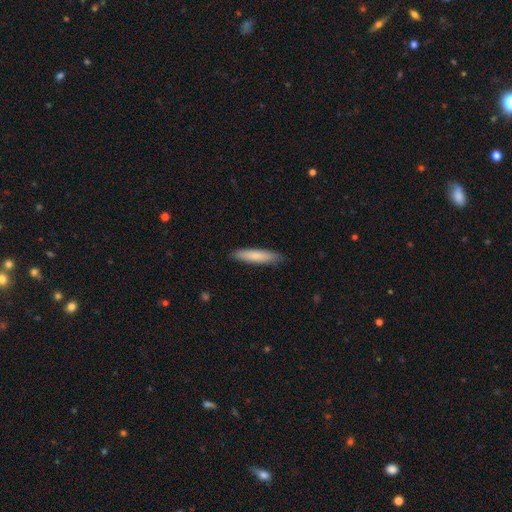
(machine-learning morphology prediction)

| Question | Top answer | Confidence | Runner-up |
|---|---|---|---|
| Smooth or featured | smooth | 80% | featured or disk (14%) |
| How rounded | cigar-shaped | 85% | in between (14%) |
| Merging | none | 87% | minor disturbance (10%) |